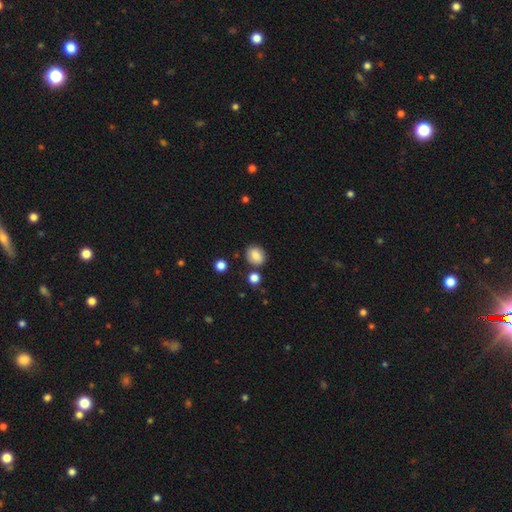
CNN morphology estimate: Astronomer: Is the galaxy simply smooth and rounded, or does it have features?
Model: smooth — 83%.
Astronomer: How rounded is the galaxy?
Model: round — 56% (runner-up: in between, 43%).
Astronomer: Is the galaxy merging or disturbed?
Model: none — 79%.